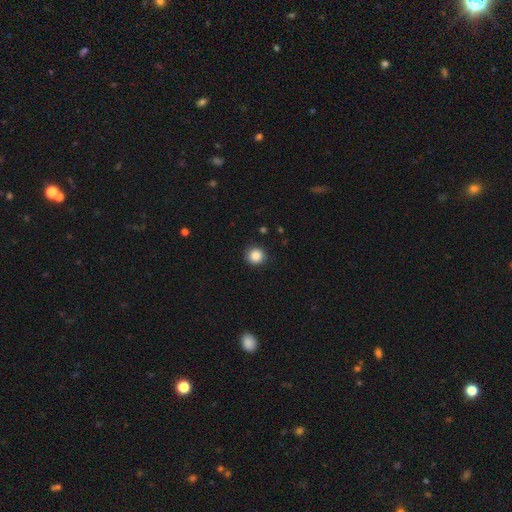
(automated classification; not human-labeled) smooth-or-featured: smooth: 87% | star or artifact: 10% | featured or disk: 3%
  how-rounded: round: 93% | in between: 6% | cigar-shaped: 1%
  merging: none: 90% | minor disturbance: 7% | major disturbance: 2% | merger: 1%